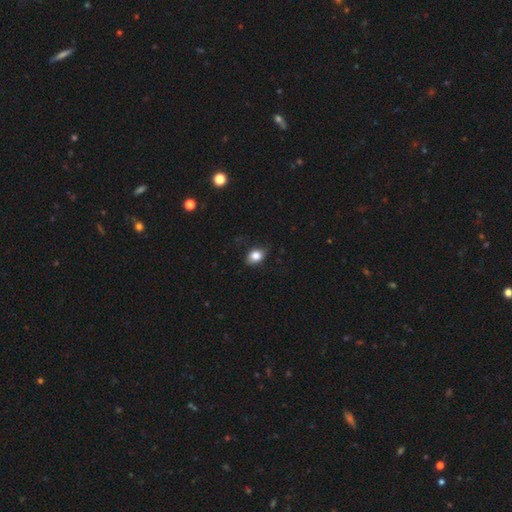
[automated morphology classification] smooth 82%, star or artifact 9%, featured or disk 9%. Down the decision tree: how rounded — in between (71%); merging — none (75%).